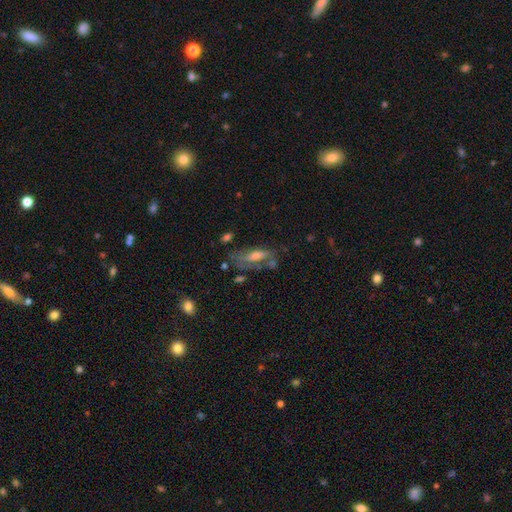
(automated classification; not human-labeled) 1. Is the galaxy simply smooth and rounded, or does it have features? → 52% featured or disk, 37% smooth, 11% star or artifact.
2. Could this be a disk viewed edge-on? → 72% no, 28% yes.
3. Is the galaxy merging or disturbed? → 44% none, 23% minor disturbance, 21% major disturbance, 11% merger.